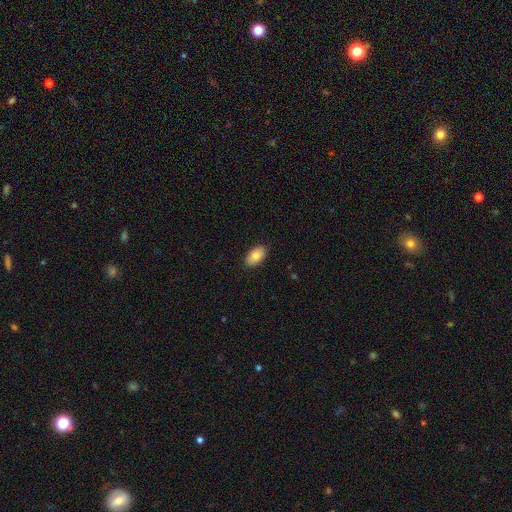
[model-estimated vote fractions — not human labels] The model was most divided on "smooth or featured": smooth: 84%, featured or disk: 9%, star or artifact: 7%. More confident: how rounded — in between (94%); merging — none (89%).